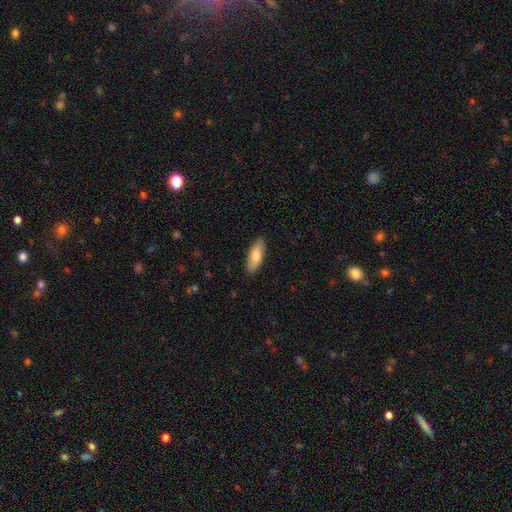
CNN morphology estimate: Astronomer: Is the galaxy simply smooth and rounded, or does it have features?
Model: smooth — 79%.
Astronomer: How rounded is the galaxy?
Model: in between — 73%.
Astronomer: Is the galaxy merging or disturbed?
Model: none — 88%.